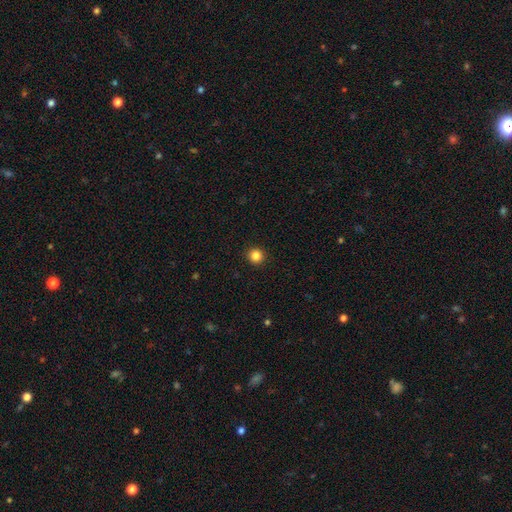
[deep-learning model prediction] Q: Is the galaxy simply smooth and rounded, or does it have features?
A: smooth — 85%.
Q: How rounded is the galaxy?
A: round — 94%.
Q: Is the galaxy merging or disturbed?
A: none — 93%.